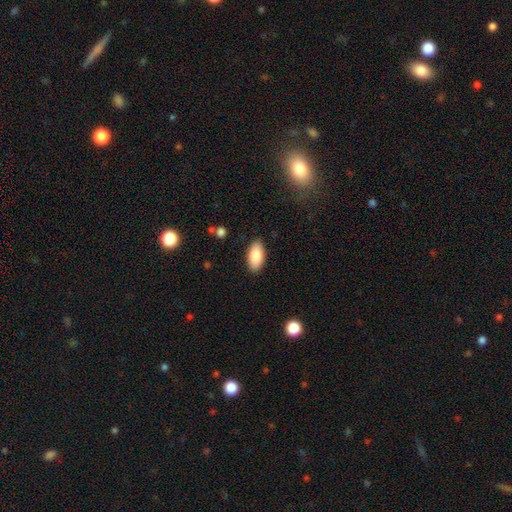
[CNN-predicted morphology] A smooth galaxy with no disk features (87%) that is in between round and cigar-shaped (93%). Merging: none (87%).